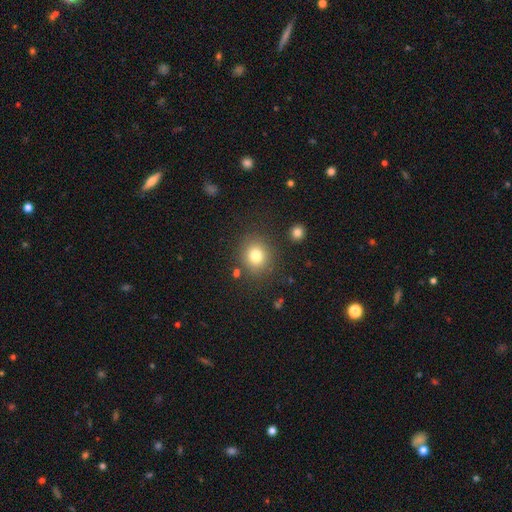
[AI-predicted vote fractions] Q: Smooth or featured?
A: smooth (79%); runner-up: star or artifact (12%)
Q: How rounded?
A: round (83%); runner-up: in between (16%)
Q: Merging?
A: none (83%); runner-up: minor disturbance (9%)